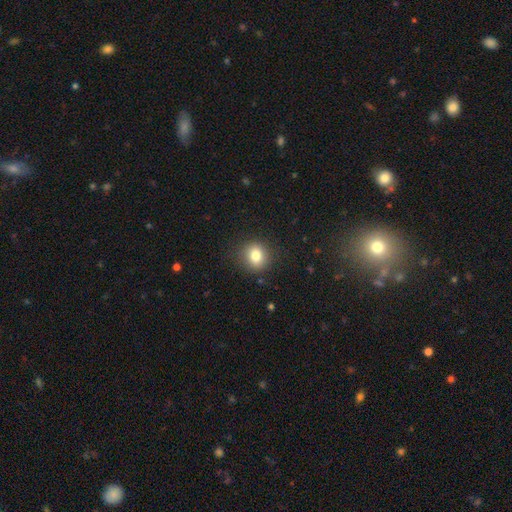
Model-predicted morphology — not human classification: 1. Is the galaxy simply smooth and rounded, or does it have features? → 82% smooth, 11% star or artifact, 7% featured or disk.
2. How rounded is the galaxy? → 80% round, 19% in between, 1% cigar-shaped.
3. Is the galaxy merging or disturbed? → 88% none, 8% minor disturbance, 3% major disturbance, 1% merger.